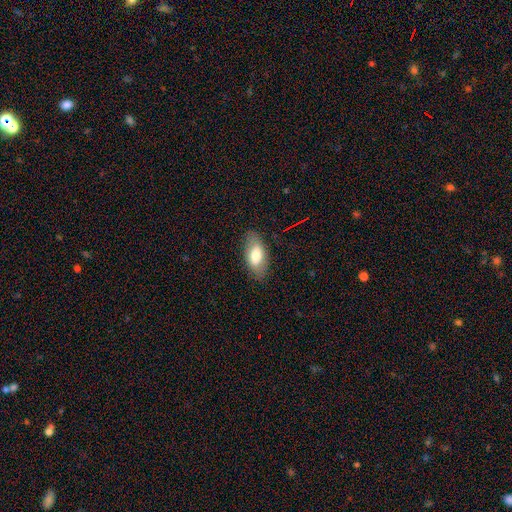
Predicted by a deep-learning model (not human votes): This appears to be a smooth galaxy with no disk features (70%) that is in between round and cigar-shaped (90%). Merging: none (83%).